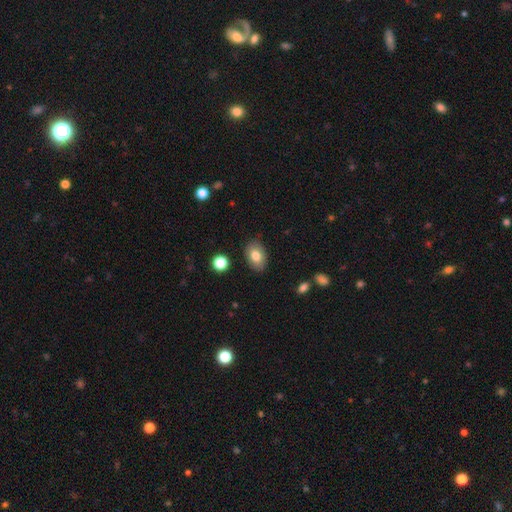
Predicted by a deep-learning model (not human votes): Smooth or featured? Predicted: smooth (p=0.80). How rounded? Predicted: in between (p=0.87). Merging? Predicted: none (p=0.86).